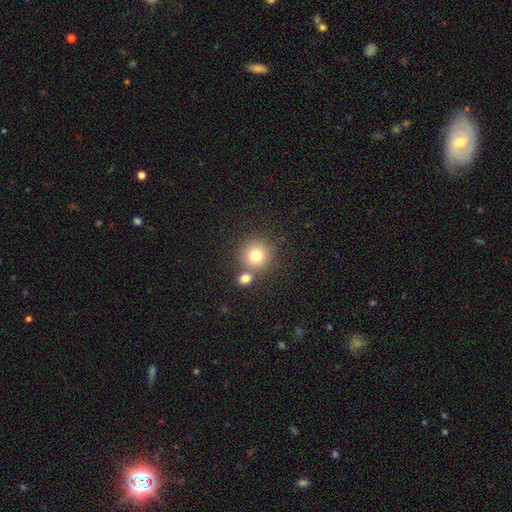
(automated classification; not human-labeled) smooth_or_featured: smooth (p=0.78) [alt: star or artifact p=0.12]
how_rounded: round (p=0.92) [alt: in between p=0.07]
merging: none (p=0.68) [alt: merger p=0.21]